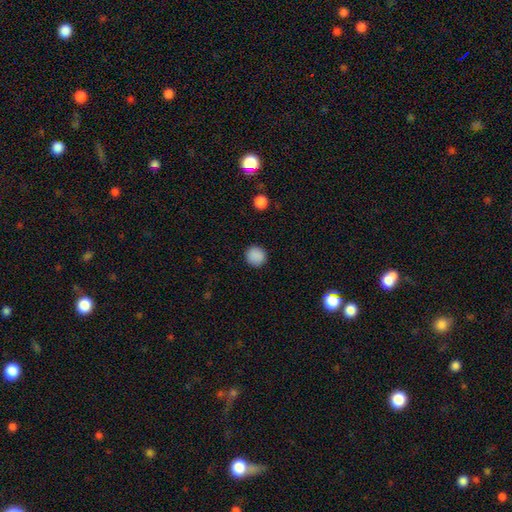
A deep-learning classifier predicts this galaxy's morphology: The model was most divided on "smooth or featured": smooth: 88%, star or artifact: 9%, featured or disk: 2%. More confident: how rounded — round (93%); merging — none (91%).